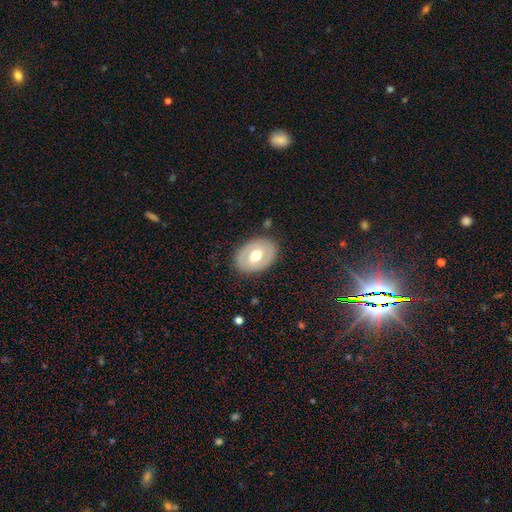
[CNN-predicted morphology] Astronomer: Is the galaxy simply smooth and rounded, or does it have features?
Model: smooth — 47%, tied with featured or disk at 47%.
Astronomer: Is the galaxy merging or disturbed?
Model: none — 85%.